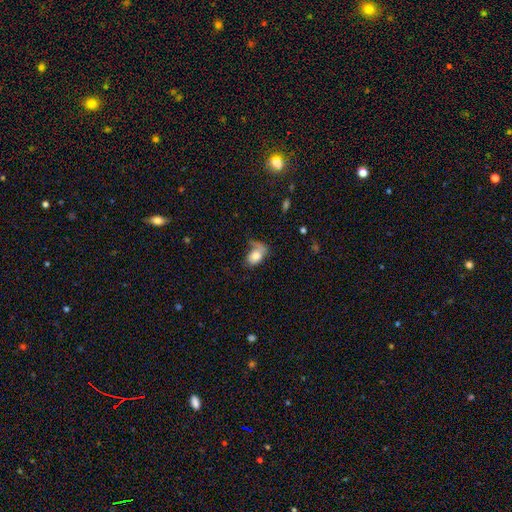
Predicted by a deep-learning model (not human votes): Smooth or featured?
  - smooth: 67% *
  - featured or disk: 25%
  - star or artifact: 8%
How rounded?
  - in between: 84% *
  - round: 14%
  - cigar-shaped: 2%
Merging?
  - major disturbance: 34% *
  - none: 33%
  - minor disturbance: 27%
  - merger: 6%